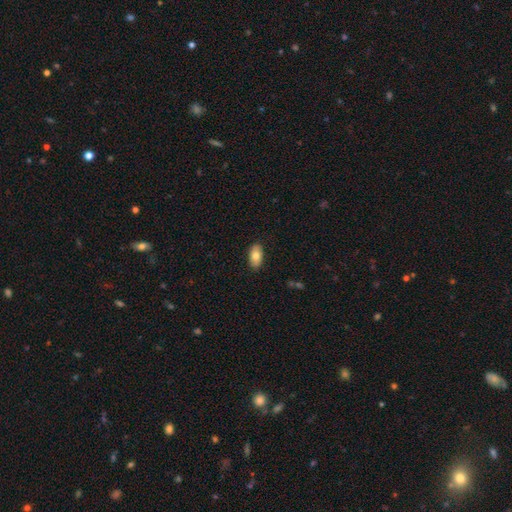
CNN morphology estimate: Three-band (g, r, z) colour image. It shows a smooth galaxy with no disk features (77%) that is in between round and cigar-shaped (94%). Merging: none (88%).